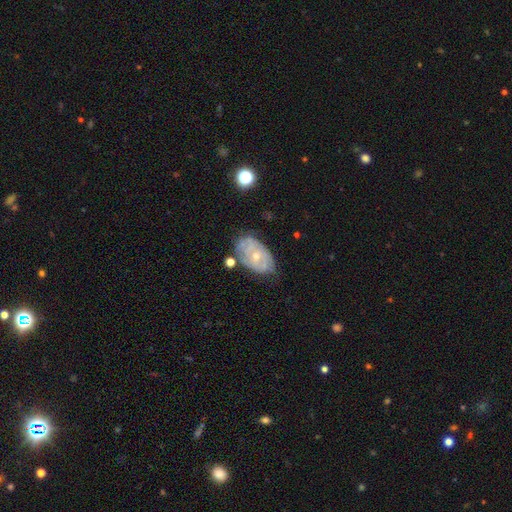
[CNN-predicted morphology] A featured or disk galaxy (68%) with no bar (74%), spiral arms (71%) and a small central bulge (58%). Merging: none (60%).